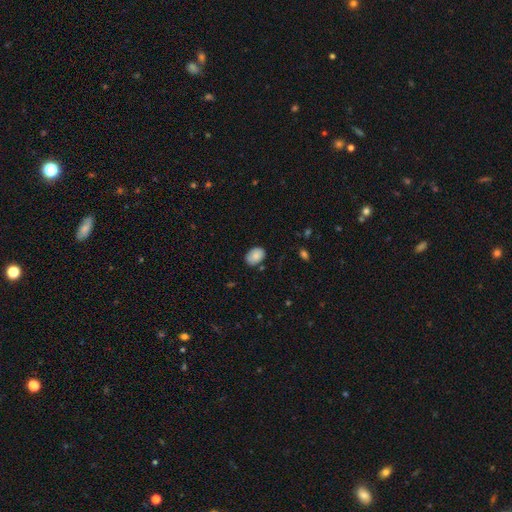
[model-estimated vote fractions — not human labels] smooth 85%, featured or disk 8%, star or artifact 7%. Down the decision tree: how rounded — in between (81%); merging — none (75%).